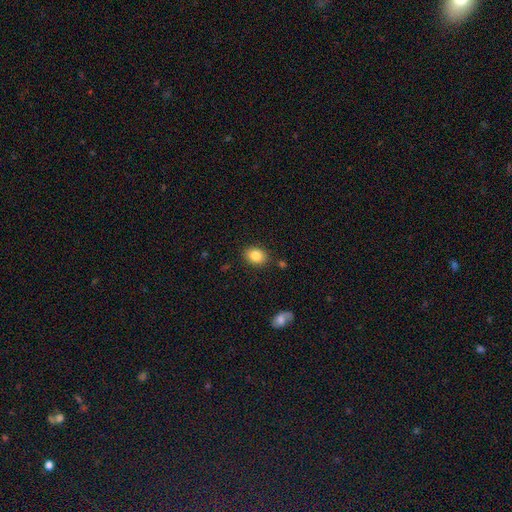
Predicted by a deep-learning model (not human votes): A smooth galaxy with no disk features (85%) that is in between round and cigar-shaped (62%). Merging: none (86%).